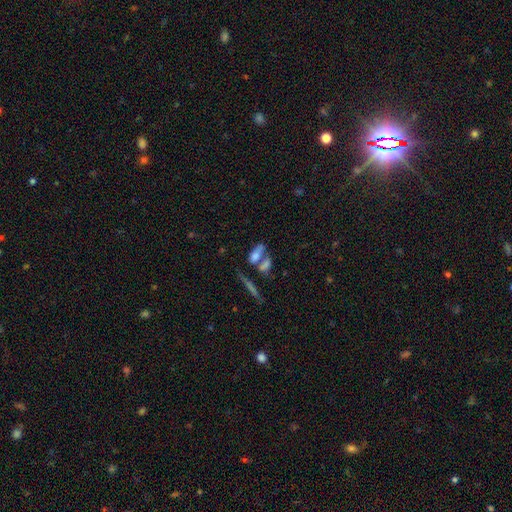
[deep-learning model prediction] A smooth galaxy with no disk features (65%) that is in between round and cigar-shaped (74%). Merging: merger (43%).